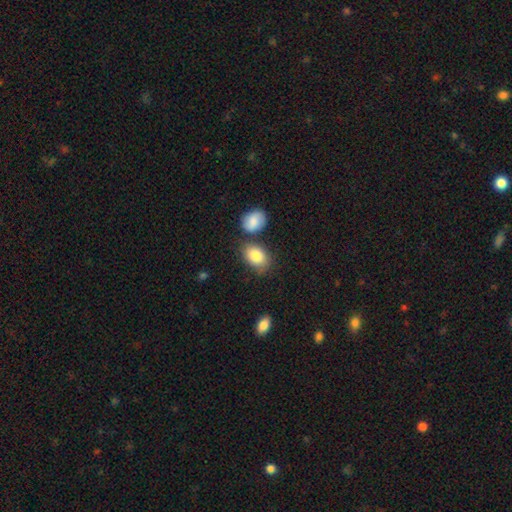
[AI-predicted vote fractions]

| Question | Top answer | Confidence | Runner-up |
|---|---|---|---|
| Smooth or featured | smooth | 85% | featured or disk (8%) |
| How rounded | in between | 84% | round (15%) |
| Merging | none | 63% | minor disturbance (17%) |